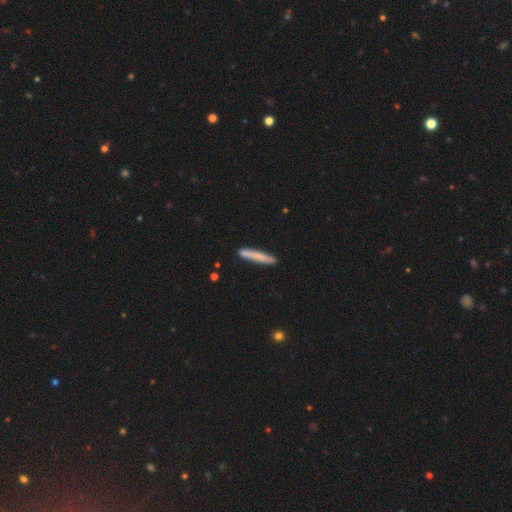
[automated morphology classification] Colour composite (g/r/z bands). It shows a smooth galaxy with no disk features (75%) that is cigar-shaped (96%). Merging: none (86%).